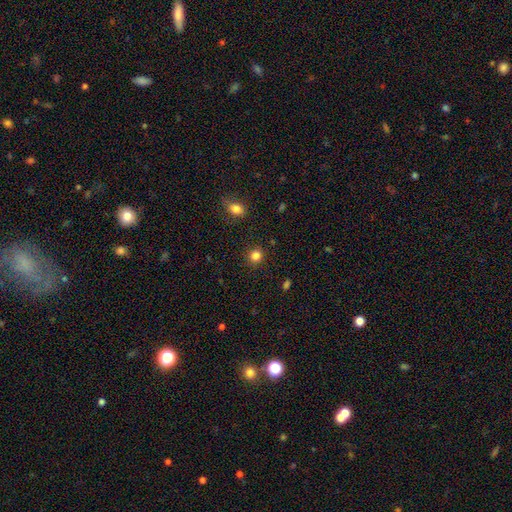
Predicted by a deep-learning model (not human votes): smooth 84%, star or artifact 12%, featured or disk 4%. Down the decision tree: how rounded — round (84%); merging — none (89%).